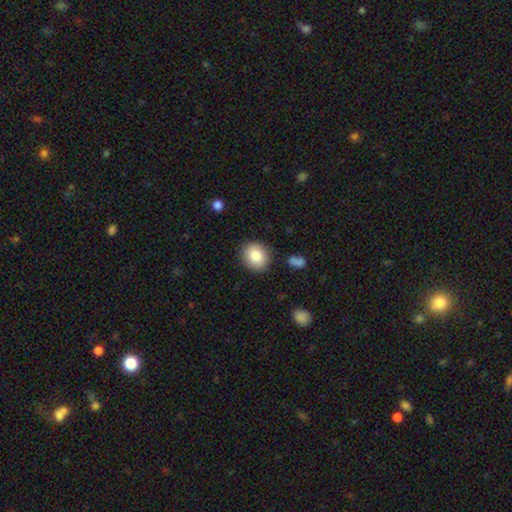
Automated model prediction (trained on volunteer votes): A smooth galaxy with no disk features (84%) that is round (69%). Merging: none (86%).